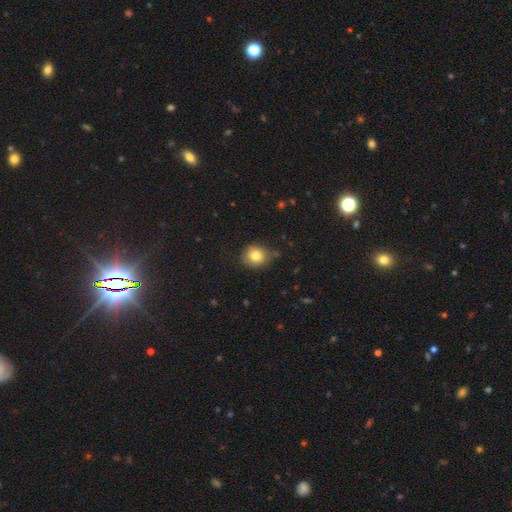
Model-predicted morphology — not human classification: Overall: smooth (81%). How rounded: round (79%). Merging: none (75%).